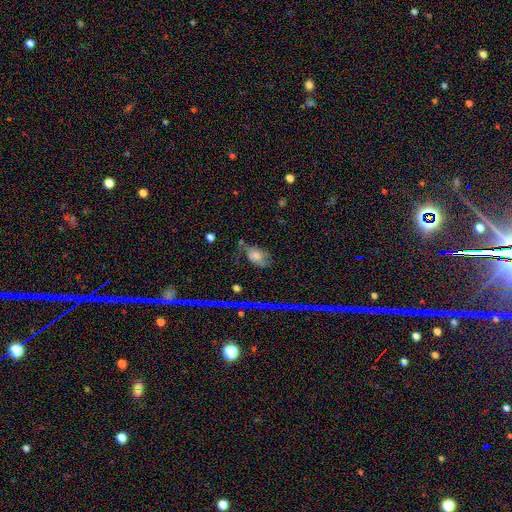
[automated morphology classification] smooth 48%, featured or disk 41%, star or artifact 11%. Down the decision tree: merging — none (46%).